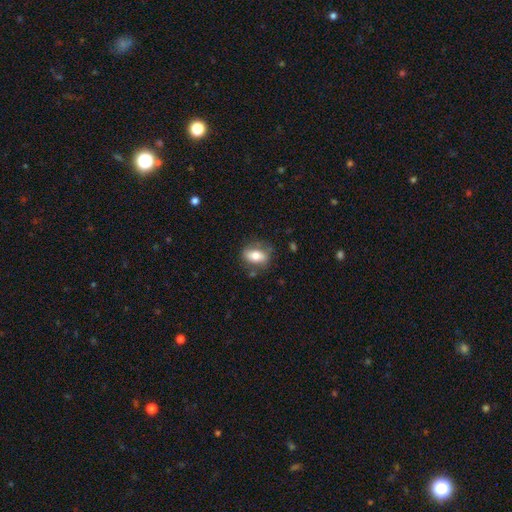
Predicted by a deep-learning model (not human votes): Smooth or featured? smooth (68%)
How rounded? in between (81%)
Merging? none (71%)